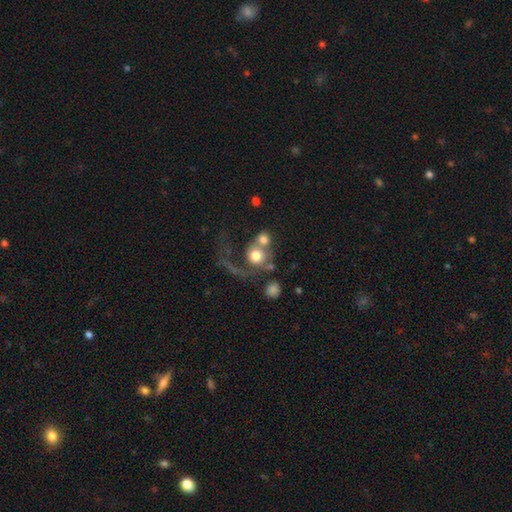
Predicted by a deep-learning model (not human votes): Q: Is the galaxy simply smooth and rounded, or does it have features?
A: smooth — 61%.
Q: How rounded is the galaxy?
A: round — 81%.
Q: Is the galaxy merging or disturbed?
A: merger — 49%.